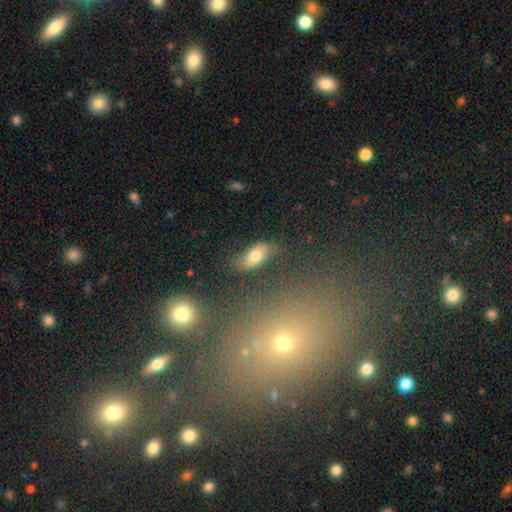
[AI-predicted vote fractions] Smooth or featured: smooth — 69% (featured or disk — 21%)
How rounded: in between — 85% (cigar-shaped — 9%)
Merging: none — 70% (minor disturbance — 19%)